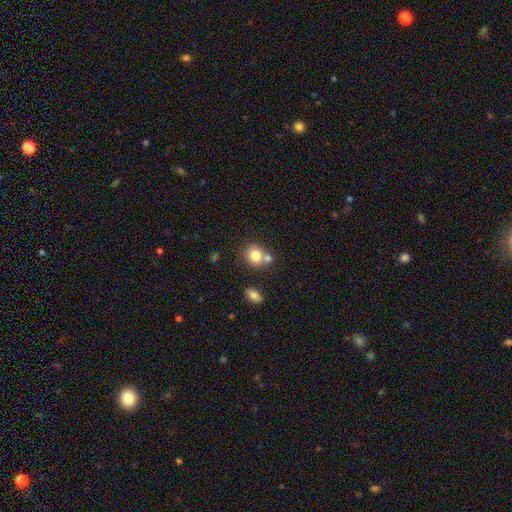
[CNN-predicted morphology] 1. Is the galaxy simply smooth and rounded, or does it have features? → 79% smooth, 11% featured or disk, 10% star or artifact.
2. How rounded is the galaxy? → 75% round, 24% in between, 1% cigar-shaped.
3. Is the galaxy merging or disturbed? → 53% none, 34% merger, 10% minor disturbance, 3% major disturbance.